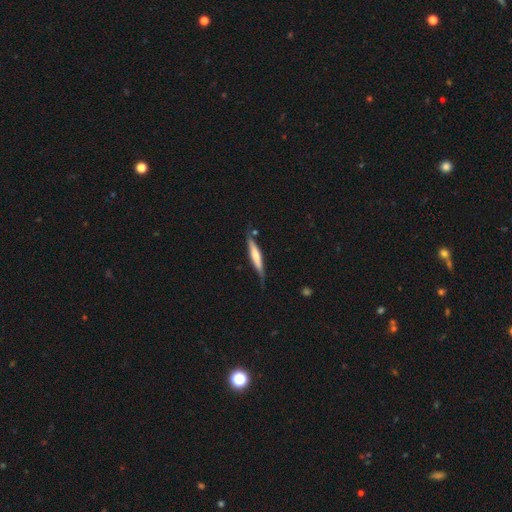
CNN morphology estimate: type=featured or disk (48%); merging=none (71%).